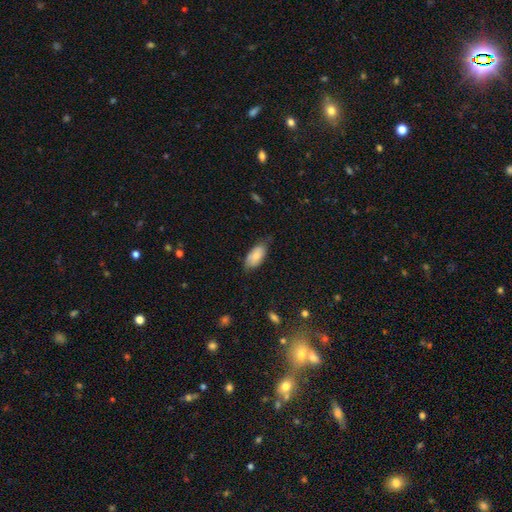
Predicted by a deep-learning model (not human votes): A smooth galaxy with no disk features (78%) that is in between round and cigar-shaped (91%). Merging: none (69%).